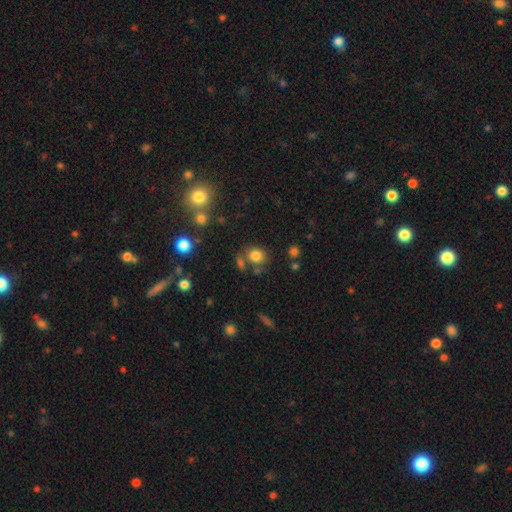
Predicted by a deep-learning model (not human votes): Morphology: type=smooth (80%); roundness=round (66%); merging=none (67%).